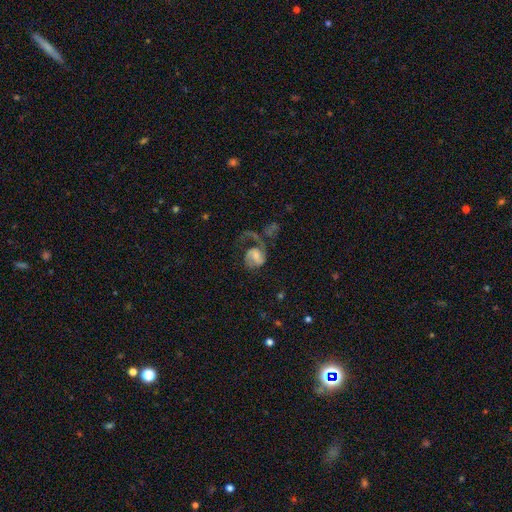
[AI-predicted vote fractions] Smooth or featured?
  - featured or disk: 75% *
  - smooth: 18%
  - star or artifact: 7%
Edge-on disk?
  - no: 98% *
  - yes: 2%
Bar?
  - weak: 44% *
  - no: 43%
  - strong: 13%
Spiral arms?
  - yes: 91% *
  - no: 9%
Spiral winding?
  - loose: 42% *
  - medium: 41%
  - tight: 17%
Spiral arm count?
  - 2: 49% *
  - 1: 43%
  - can't tell: 5%
  - 3: 1%
  - 4: 1%
  - more than 4: 1%
Bulge size?
  - small: 43% *
  - moderate: 36%
  - none: 12%
  - large: 7%
  - dominant: 2%
Merging?
  - major disturbance: 51% *
  - none: 28%
  - minor disturbance: 14%
  - merger: 7%